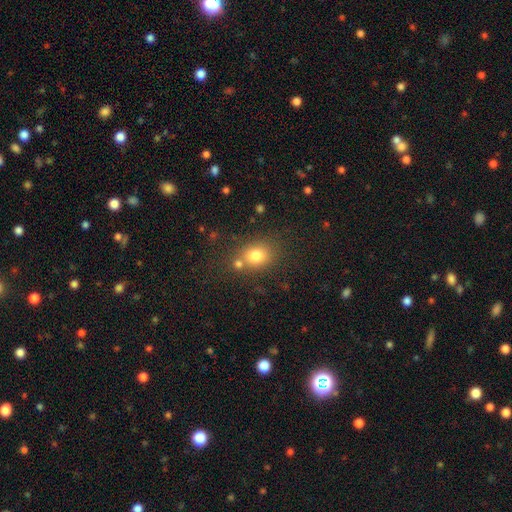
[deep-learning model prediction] Overall: smooth (78%). How rounded: round (59%; in between 40%). Merging: none (62%).